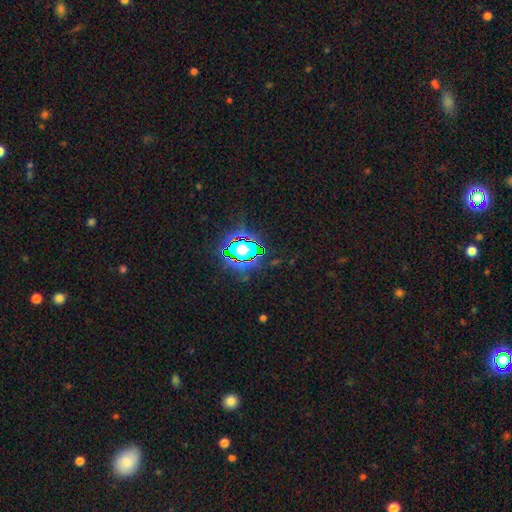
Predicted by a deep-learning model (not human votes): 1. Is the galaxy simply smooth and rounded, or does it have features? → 81% star or artifact, 12% smooth, 7% featured or disk.